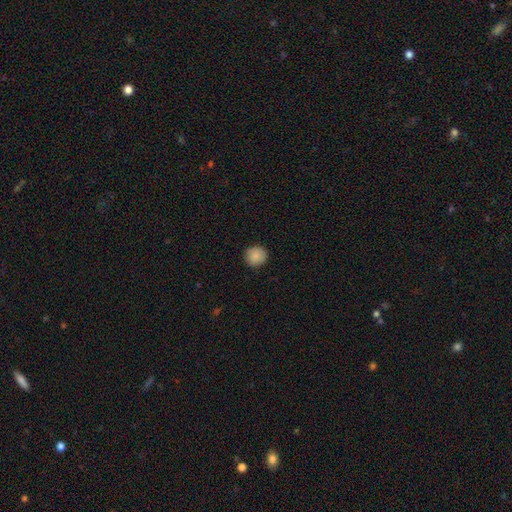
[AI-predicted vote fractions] Overall: smooth (88%). How rounded: round (91%). Merging: none (90%).